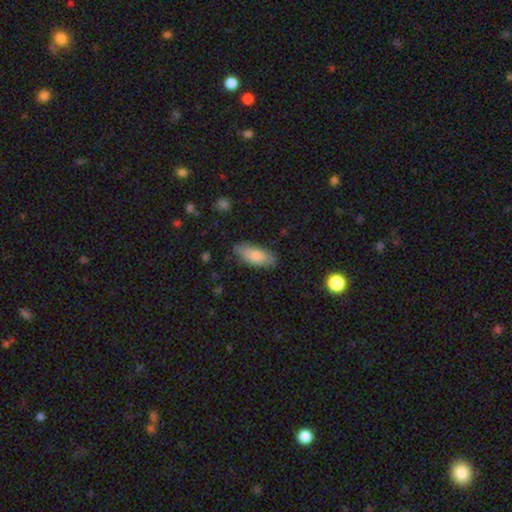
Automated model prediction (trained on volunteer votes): smooth-or-featured: smooth: 78% | featured or disk: 15% | star or artifact: 6%
  how-rounded: in between: 81% | cigar-shaped: 17% | round: 2%
  merging: none: 79% | minor disturbance: 17% | major disturbance: 3% | merger: 1%